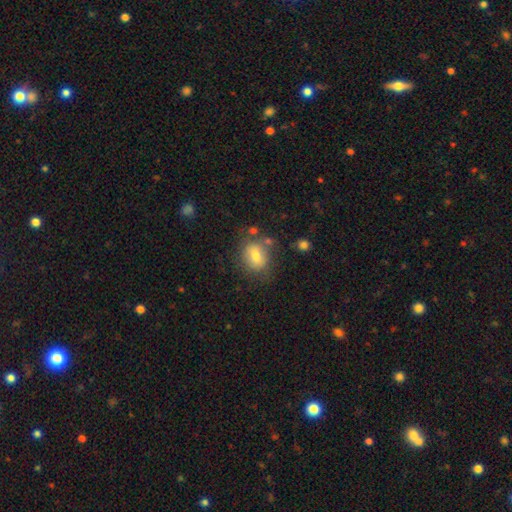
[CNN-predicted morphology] Q: Smooth or featured?
A: smooth (73%); runner-up: featured or disk (17%)
Q: How rounded?
A: in between (53%); runner-up: round (46%)
Q: Merging?
A: none (68%); runner-up: minor disturbance (17%)